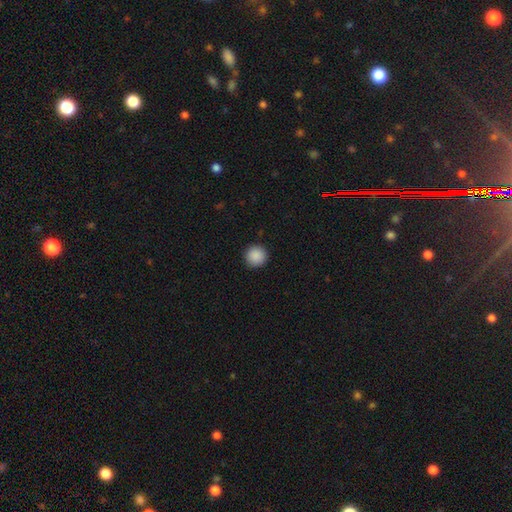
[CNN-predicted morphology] This appears to be a smooth galaxy with no disk features (89%) that is round (96%). Merging: none (92%).